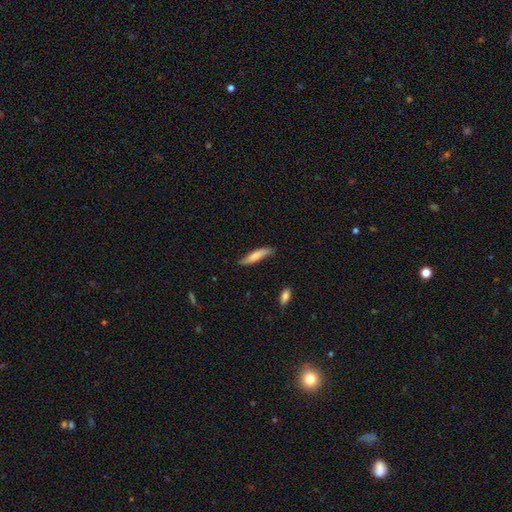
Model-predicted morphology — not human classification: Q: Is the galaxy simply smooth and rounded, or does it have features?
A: smooth — 73%.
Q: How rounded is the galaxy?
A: cigar-shaped — 81%.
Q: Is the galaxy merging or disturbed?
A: none — 77%.